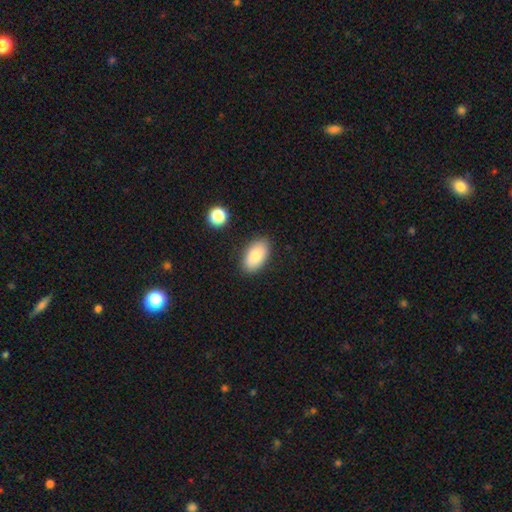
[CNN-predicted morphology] The model was most divided on "smooth or featured": smooth: 84%, featured or disk: 10%, star or artifact: 7%. More confident: how rounded — in between (94%); merging — none (85%).